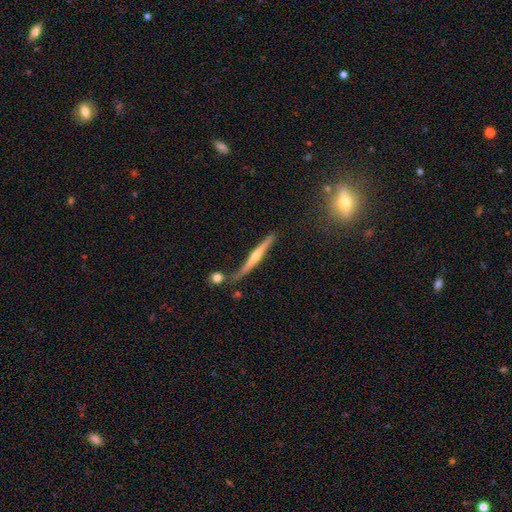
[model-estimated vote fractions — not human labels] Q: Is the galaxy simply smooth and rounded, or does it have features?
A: featured or disk — 72%.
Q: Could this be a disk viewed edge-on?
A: yes — 96%.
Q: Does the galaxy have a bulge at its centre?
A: rounded — 81%.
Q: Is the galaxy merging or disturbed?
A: none — 66%.